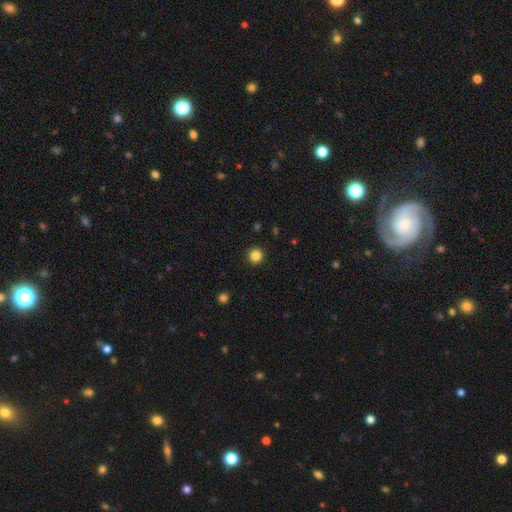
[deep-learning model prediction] A smooth galaxy with no disk features (85%) that is round (95%). Merging: none (93%).